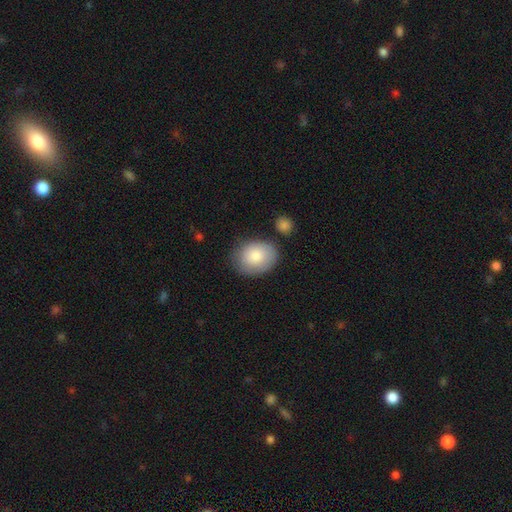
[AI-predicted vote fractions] This appears to be a smooth galaxy with no disk features (82%) that is in between round and cigar-shaped (60%). Merging: none (72%).